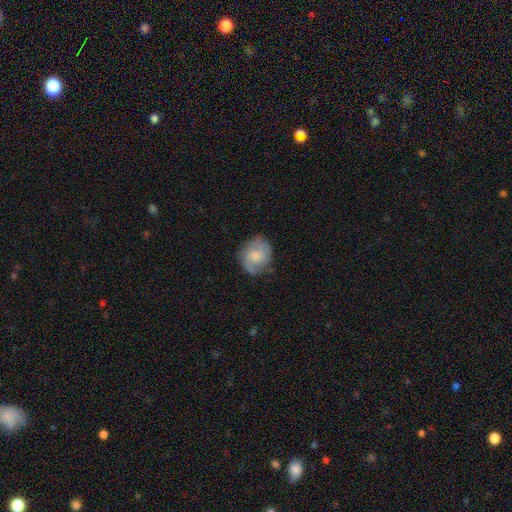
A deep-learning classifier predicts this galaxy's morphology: Smooth or featured? Predicted: featured or disk (p=0.53). Edge-on disk? Predicted: no (p=0.97). Bar? Predicted: no (p=0.66). Spiral arms? Predicted: yes (p=0.89). Bulge size? Predicted: moderate (p=0.36). Merging? Predicted: none (p=0.71).